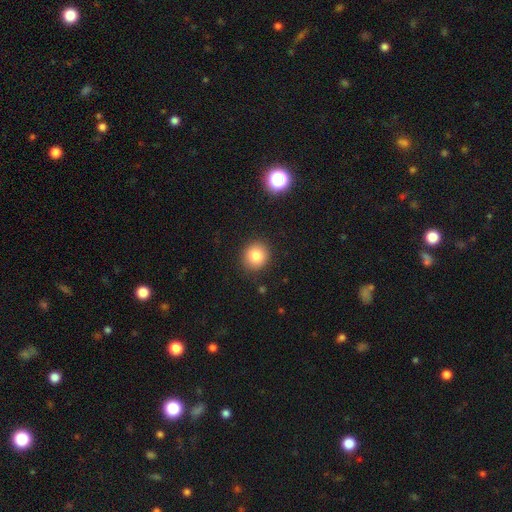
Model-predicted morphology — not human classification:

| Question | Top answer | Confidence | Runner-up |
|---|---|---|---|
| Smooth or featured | smooth | 82% | star or artifact (11%) |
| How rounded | round | 88% | in between (11%) |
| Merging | none | 89% | minor disturbance (8%) |